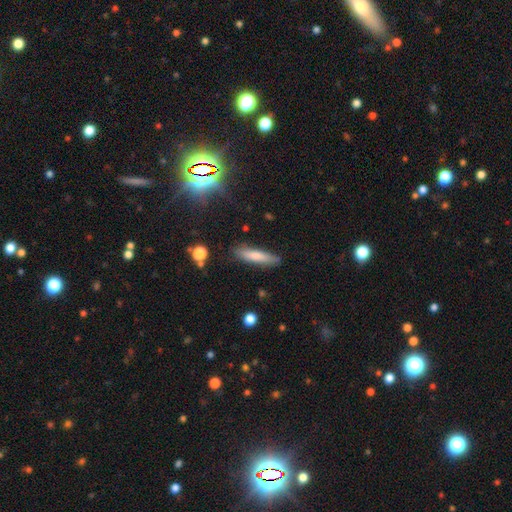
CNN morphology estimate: The model was most divided on "smooth or featured": smooth: 76%, featured or disk: 17%, star or artifact: 7%. More confident: how rounded — cigar-shaped (84%); merging — none (83%).